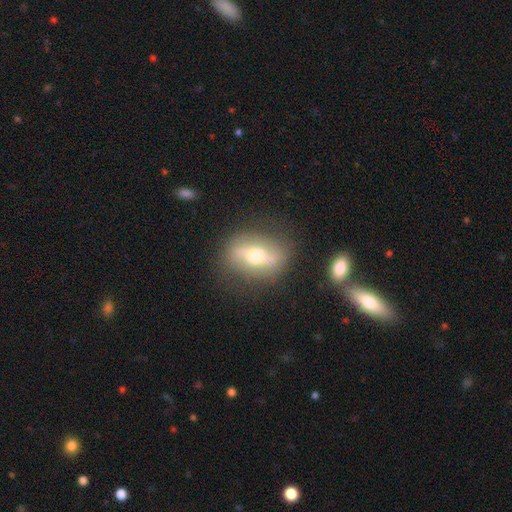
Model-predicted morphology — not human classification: Overall: featured or disk (64%; smooth 29%). Edge-on disk: no (80%). Bar: strong (52%; weak 27%). Spiral arms: yes (58%; no 42%). Bulge size: moderate (66%). Merging: none (77%).